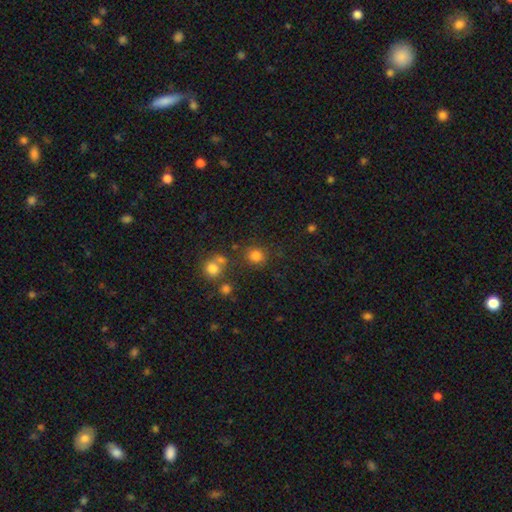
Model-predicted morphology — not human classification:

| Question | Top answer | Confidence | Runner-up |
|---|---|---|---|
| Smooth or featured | smooth | 80% | star or artifact (15%) |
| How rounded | round | 84% | in between (15%) |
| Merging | none | 79% | minor disturbance (10%) |